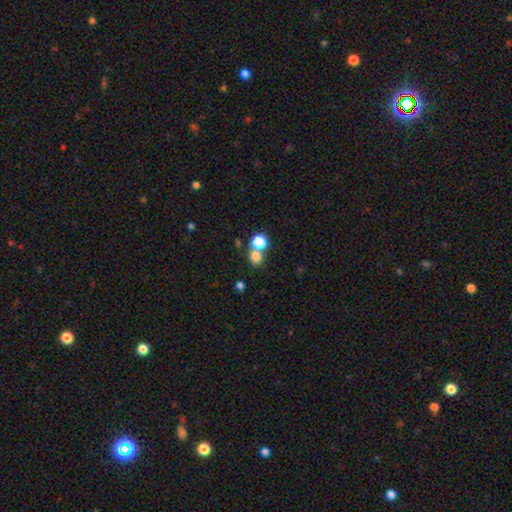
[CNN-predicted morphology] Smooth or featured? smooth (78%)
How rounded? round (81%)
Merging? none (53%)